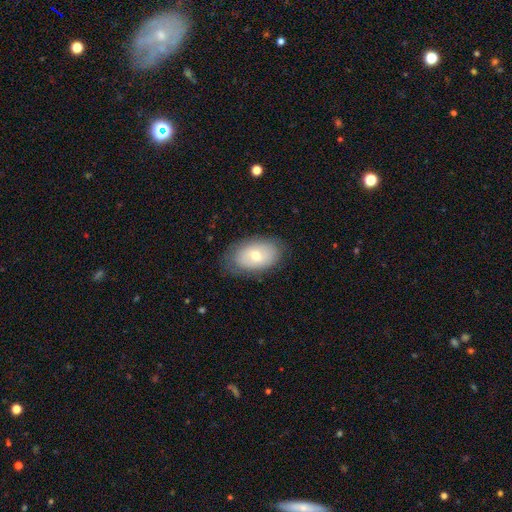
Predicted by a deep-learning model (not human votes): Smooth or featured? smooth (62%)
How rounded? in between (89%)
Merging? none (78%)